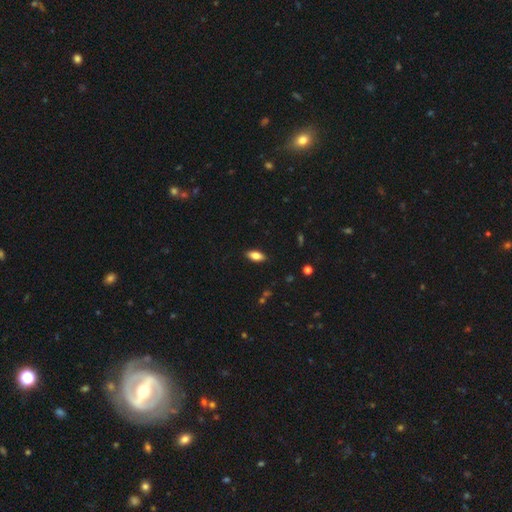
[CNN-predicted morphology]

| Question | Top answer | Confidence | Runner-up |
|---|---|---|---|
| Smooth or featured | smooth | 80% | featured or disk (13%) |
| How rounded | in between | 87% | cigar-shaped (10%) |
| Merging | none | 88% | minor disturbance (9%) |